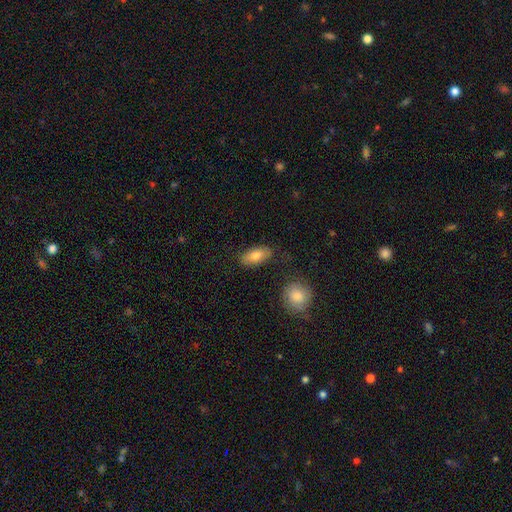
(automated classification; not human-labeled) Smooth or featured? Predicted: smooth (p=0.78). How rounded? Predicted: in between (p=0.85). Merging? Predicted: none (p=0.79).